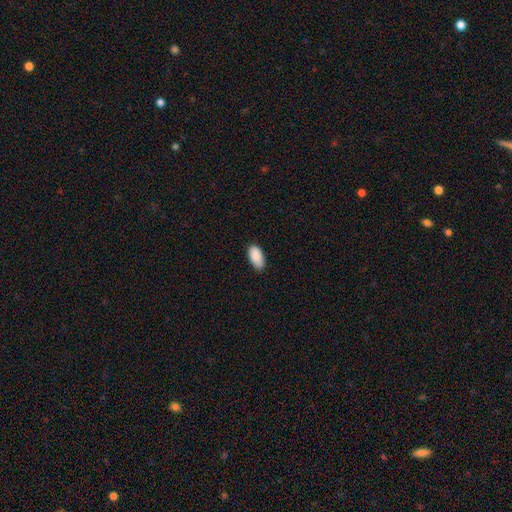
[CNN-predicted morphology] This appears to be a smooth galaxy with no disk features (90%) that is in between round and cigar-shaped (95%). Merging: none (80%).